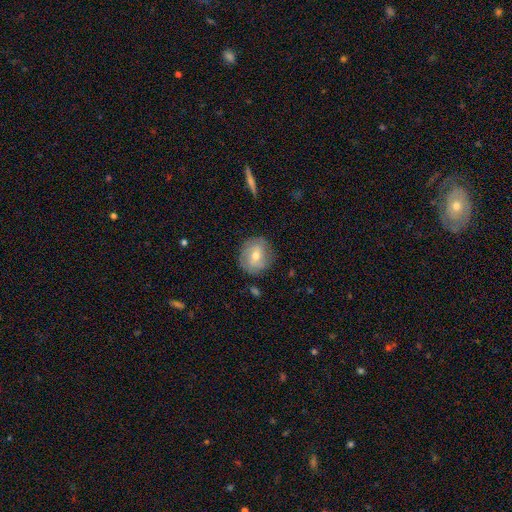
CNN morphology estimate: A featured or disk galaxy (49%).

Vote fractions:
- Smooth or featured? featured or disk: 49% / smooth: 43% / star or artifact: 8%
- Merging? none: 79% / minor disturbance: 15% / major disturbance: 4% / merger: 1%